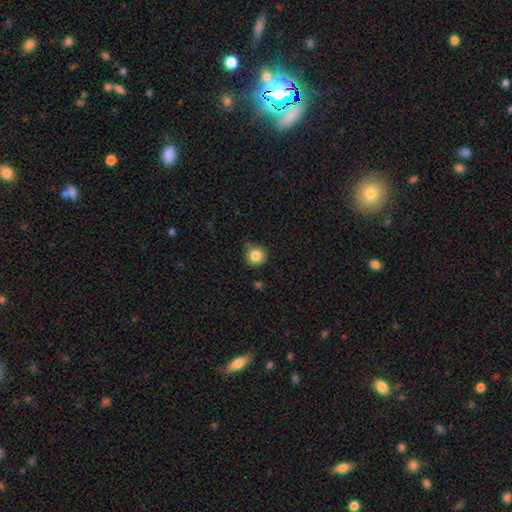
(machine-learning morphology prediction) smooth_or_featured: smooth (p=0.85) [alt: star or artifact p=0.10]
how_rounded: round (p=0.94) [alt: in between p=0.05]
merging: none (p=0.79) [alt: minor disturbance p=0.15]